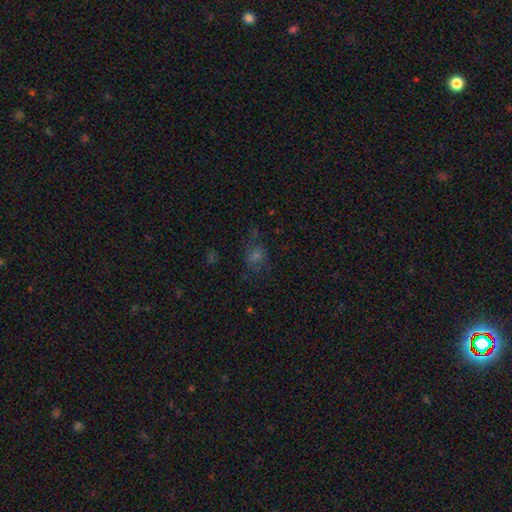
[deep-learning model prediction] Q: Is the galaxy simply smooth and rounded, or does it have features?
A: smooth — 46%.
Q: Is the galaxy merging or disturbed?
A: none — 62%.